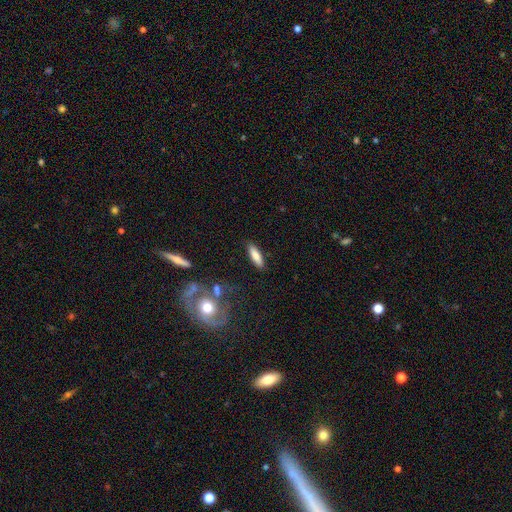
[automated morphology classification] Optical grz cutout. It shows a smooth galaxy with no disk features (78%) that is cigar-shaped (57%). Merging: none (87%).